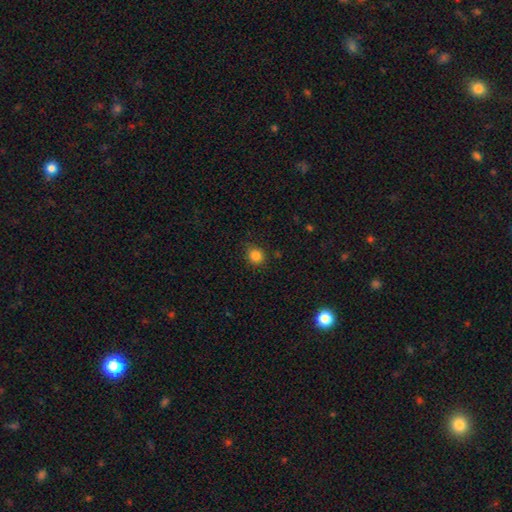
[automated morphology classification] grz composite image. It shows a smooth galaxy with no disk features (84%) that is round (84%). Merging: none (85%).